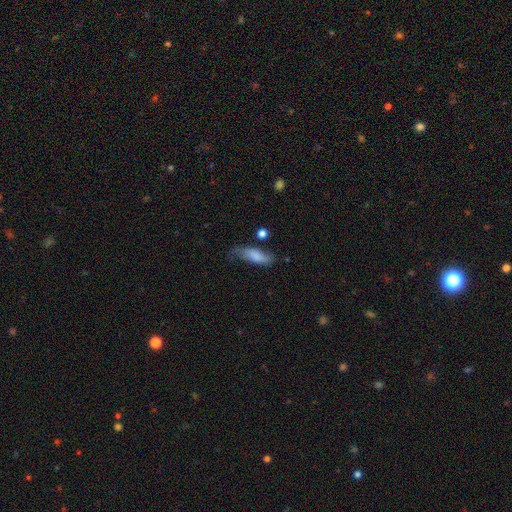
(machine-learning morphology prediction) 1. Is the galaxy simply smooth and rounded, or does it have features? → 70% smooth, 23% featured or disk, 8% star or artifact.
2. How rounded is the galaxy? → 60% in between, 37% cigar-shaped, 3% round.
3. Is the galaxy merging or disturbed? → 49% none, 31% minor disturbance, 15% major disturbance, 5% merger.